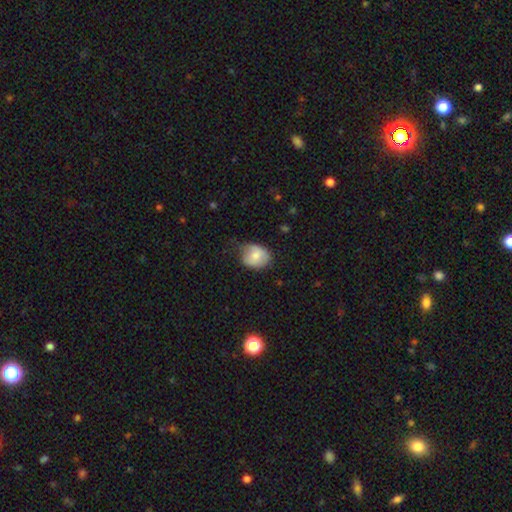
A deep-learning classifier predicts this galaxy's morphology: smooth_or_featured: smooth (p=0.73) [alt: featured or disk p=0.21]
how_rounded: in between (p=0.55) [alt: round p=0.44]
merging: none (p=0.46) [alt: minor disturbance p=0.40]